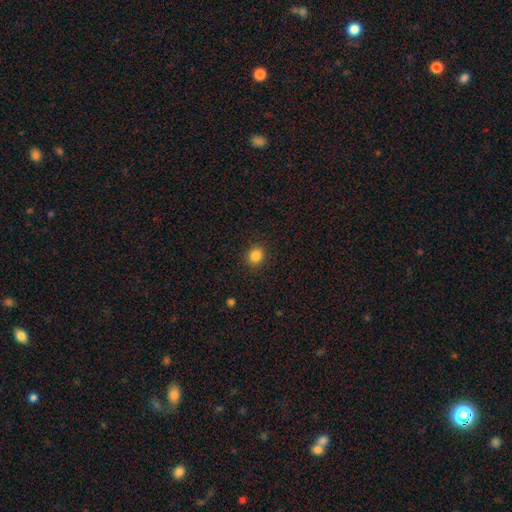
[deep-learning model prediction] smooth_or_featured: smooth (p=0.85) [alt: star or artifact p=0.11]
how_rounded: round (p=0.75) [alt: in between p=0.24]
merging: none (p=0.90) [alt: minor disturbance p=0.07]